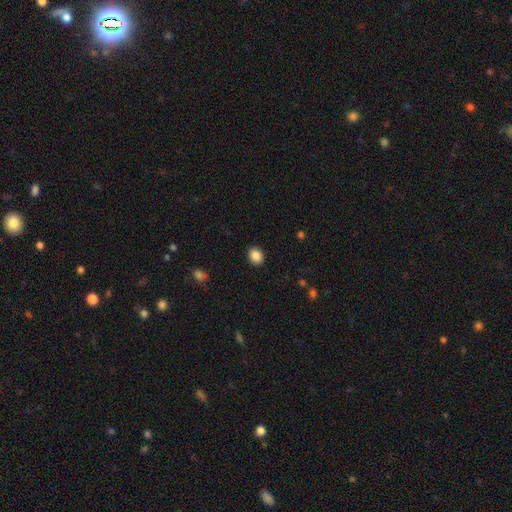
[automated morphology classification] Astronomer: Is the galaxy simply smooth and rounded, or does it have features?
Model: smooth — 87%.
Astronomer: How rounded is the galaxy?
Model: round — 50% (runner-up: in between, 49%).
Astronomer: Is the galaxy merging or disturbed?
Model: none — 90%.